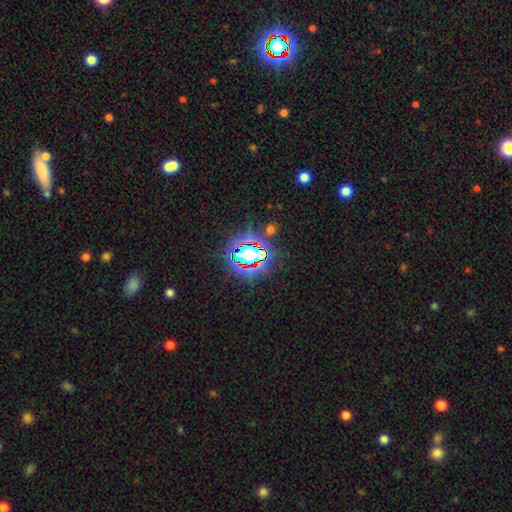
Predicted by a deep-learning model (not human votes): A star or artifact, not a galaxy (80%).

Vote fractions:
- Smooth or featured? star or artifact: 80% / smooth: 12% / featured or disk: 8%